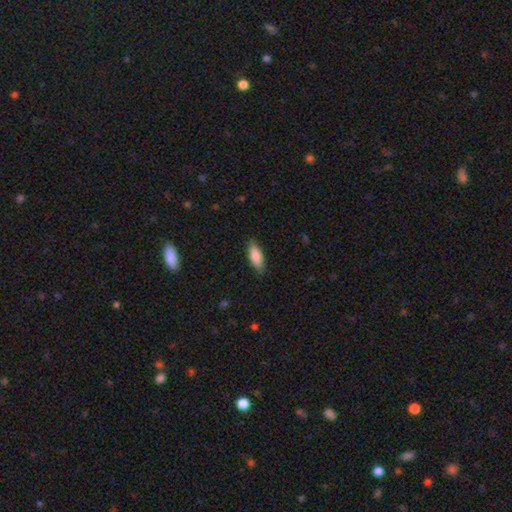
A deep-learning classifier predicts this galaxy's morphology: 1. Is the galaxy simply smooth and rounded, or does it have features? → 84% smooth, 9% featured or disk, 6% star or artifact.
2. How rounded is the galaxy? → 74% in between, 24% cigar-shaped, 2% round.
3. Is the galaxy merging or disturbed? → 85% none, 12% minor disturbance, 2% major disturbance, 1% merger.